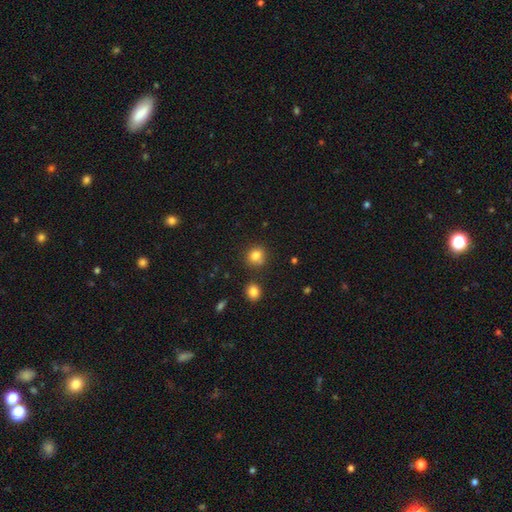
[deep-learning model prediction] Smooth or featured: smooth — 82% (star or artifact — 12%)
How rounded: round — 77% (in between — 22%)
Merging: none — 71% (minor disturbance — 13%)